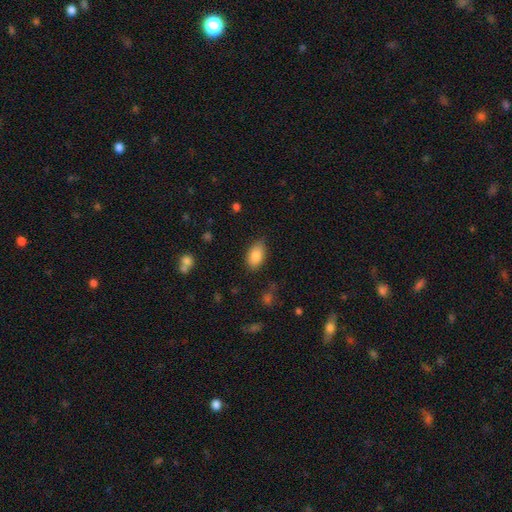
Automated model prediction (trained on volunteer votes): This is clearly a smooth galaxy (86%). How rounded: clearly in between (92%). Merging: likely none (73%).